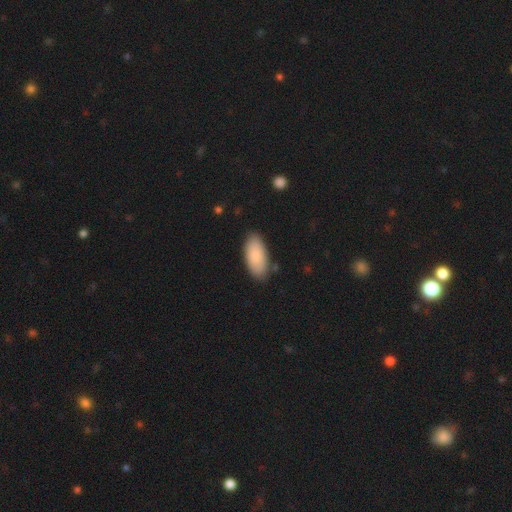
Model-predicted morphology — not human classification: Smooth or featured?
  - smooth: 88% *
  - featured or disk: 6%
  - star or artifact: 6%
How rounded?
  - in between: 90% *
  - cigar-shaped: 9%
  - round: 2%
Merging?
  - none: 84% *
  - minor disturbance: 11%
  - major disturbance: 2%
  - merger: 2%